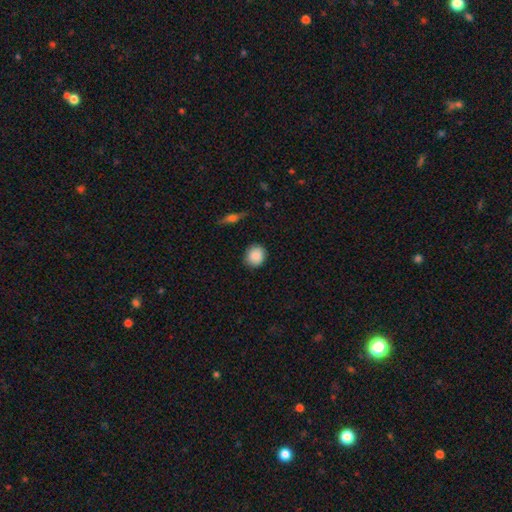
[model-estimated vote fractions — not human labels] Smooth or featured?
  - smooth: 87% *
  - star or artifact: 7%
  - featured or disk: 6%
How rounded?
  - round: 82% *
  - in between: 17%
  - cigar-shaped: 1%
Merging?
  - none: 87% *
  - minor disturbance: 9%
  - major disturbance: 2%
  - merger: 1%